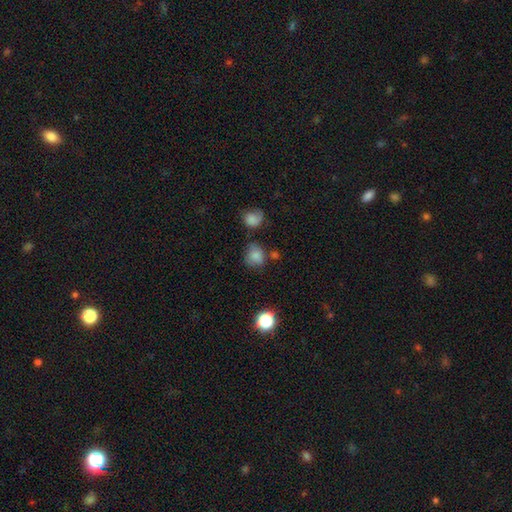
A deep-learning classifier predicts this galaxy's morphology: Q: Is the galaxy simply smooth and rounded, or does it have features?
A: smooth — 79%.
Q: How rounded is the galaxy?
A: round — 71%.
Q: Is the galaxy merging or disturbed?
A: none — 59%.